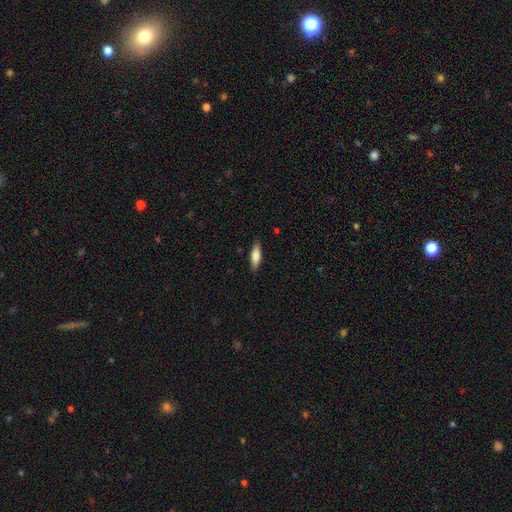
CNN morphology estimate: Q: Smooth or featured?
A: smooth (72%); runner-up: featured or disk (22%)
Q: How rounded?
A: cigar-shaped (57%); runner-up: in between (41%)
Q: Merging?
A: none (87%); runner-up: minor disturbance (10%)